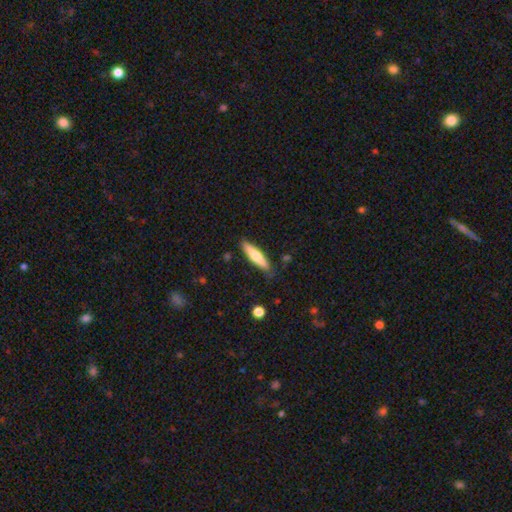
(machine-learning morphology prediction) The model was most divided on "smooth or featured": smooth: 61%, featured or disk: 34%, star or artifact: 5%. More confident: merging — none (84%); how rounded — cigar-shaped (78%).